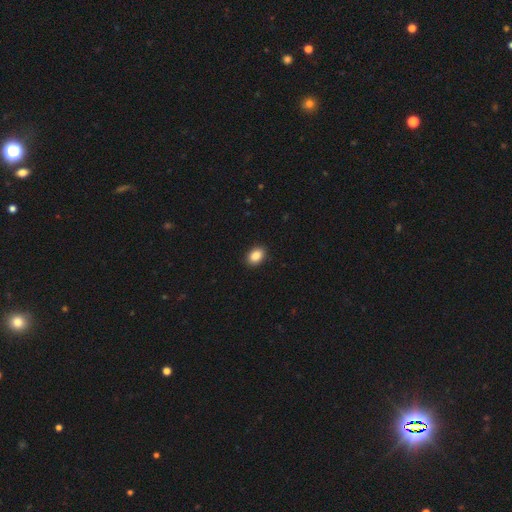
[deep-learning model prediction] Smooth or featured? Predicted: smooth (p=0.88). How rounded? Predicted: in between (p=0.76). Merging? Predicted: none (p=0.91).